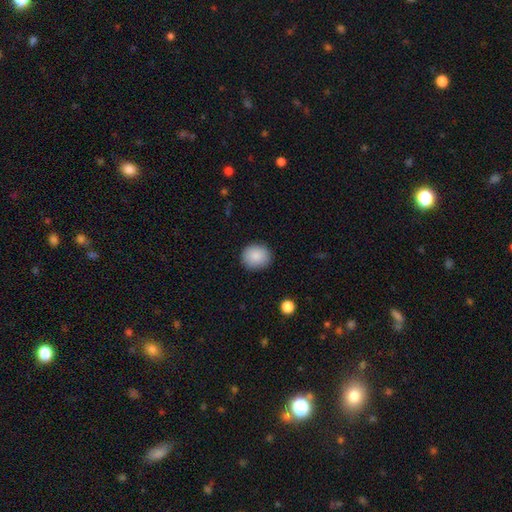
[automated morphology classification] smooth-or-featured: smooth: 88% | star or artifact: 8% | featured or disk: 5%
  how-rounded: round: 79% | in between: 20% | cigar-shaped: 1%
  merging: none: 89% | minor disturbance: 8% | major disturbance: 2% | merger: 1%